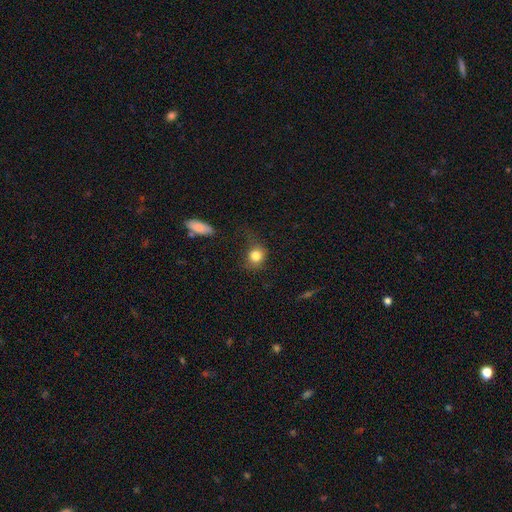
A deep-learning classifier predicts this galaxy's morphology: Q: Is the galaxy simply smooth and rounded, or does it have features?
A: smooth — 82%.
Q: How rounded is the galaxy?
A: round — 74%.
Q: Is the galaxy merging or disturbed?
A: none — 57%.